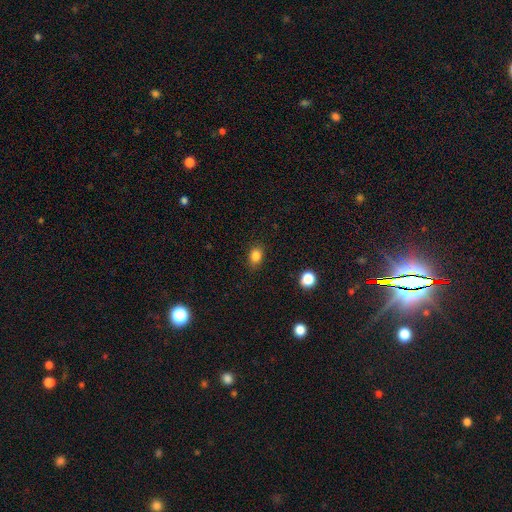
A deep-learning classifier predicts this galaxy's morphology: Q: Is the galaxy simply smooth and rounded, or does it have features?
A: smooth — 84%.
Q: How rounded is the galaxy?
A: in between — 67%.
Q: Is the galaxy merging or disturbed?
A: none — 85%.